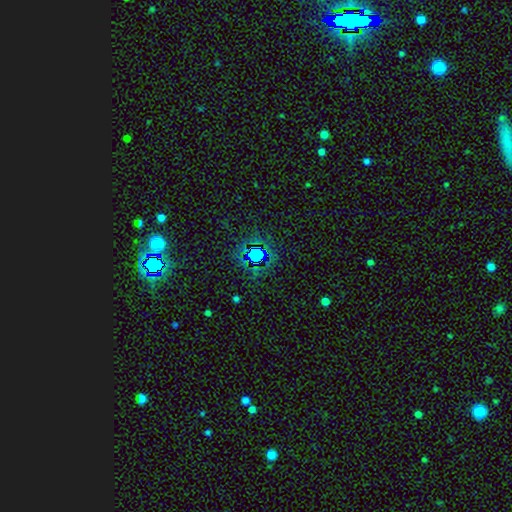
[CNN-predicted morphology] Smooth or featured? Predicted: star or artifact (p=0.67).